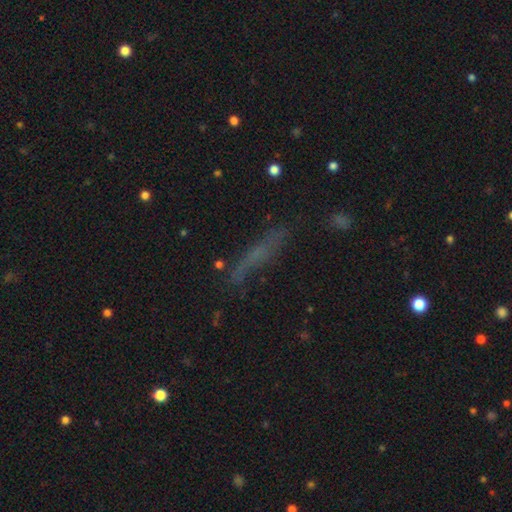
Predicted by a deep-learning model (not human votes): A smooth galaxy with no disk features (42%). Merging: none (72%).